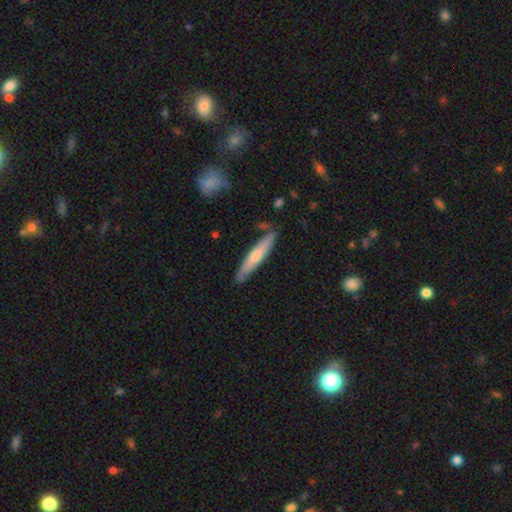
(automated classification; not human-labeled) smooth-or-featured: featured or disk: 52% | smooth: 39% | star or artifact: 9%
  disk-edge-on: yes: 89% | no: 11%
  merging: none: 83% | minor disturbance: 12% | major disturbance: 2% | merger: 2%